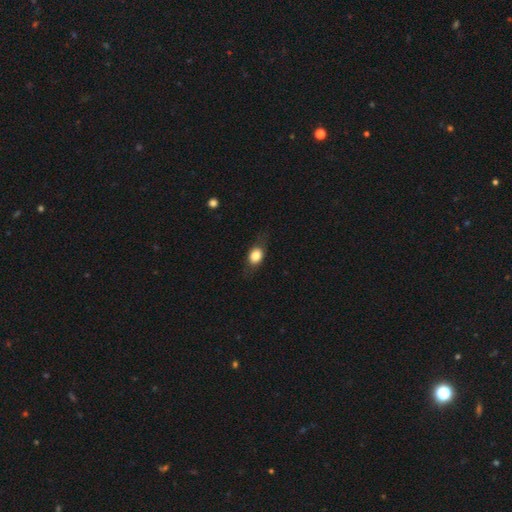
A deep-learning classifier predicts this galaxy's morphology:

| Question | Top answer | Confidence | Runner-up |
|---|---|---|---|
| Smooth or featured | smooth | 76% | featured or disk (16%) |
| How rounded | in between | 59% | round (37%) |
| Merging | none | 75% | minor disturbance (17%) |